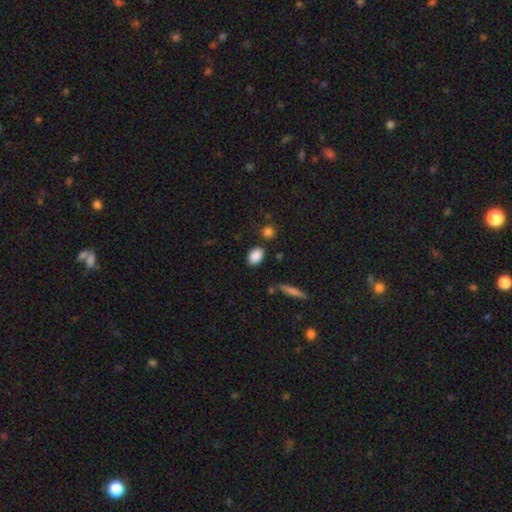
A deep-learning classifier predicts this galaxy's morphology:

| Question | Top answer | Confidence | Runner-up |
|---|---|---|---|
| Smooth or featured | smooth | 88% | star or artifact (8%) |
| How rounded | in between | 83% | round (15%) |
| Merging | none | 83% | minor disturbance (10%) |